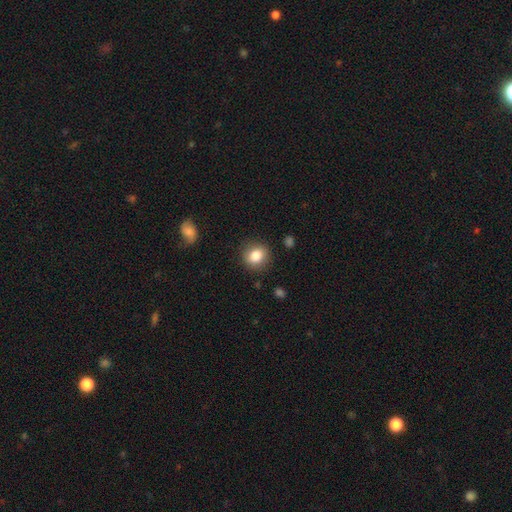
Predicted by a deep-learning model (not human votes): A smooth galaxy with no disk features (83%) that is round (77%). Merging: none (86%).